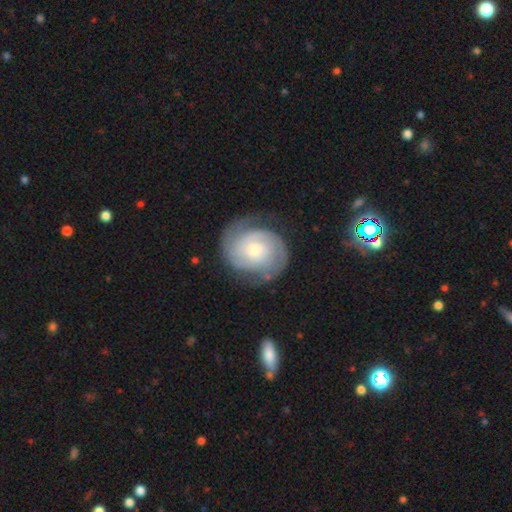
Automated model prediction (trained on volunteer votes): Smooth or featured? Predicted: featured or disk (p=0.82). Edge-on disk? Predicted: no (p=0.98). Bar? Predicted: no (p=0.70). Spiral arms? Predicted: yes (p=0.95). Spiral winding? Predicted: tight (p=0.65). Spiral arm count? Predicted: 2 (p=0.57). Bulge size? Predicted: small (p=0.50). Merging? Predicted: none (p=0.69).